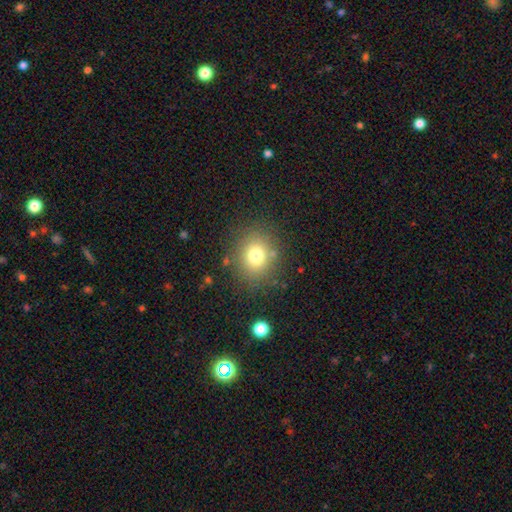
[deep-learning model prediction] This is likely a smooth galaxy (75%). How rounded: likely round (74%). Merging: clearly none (82%).